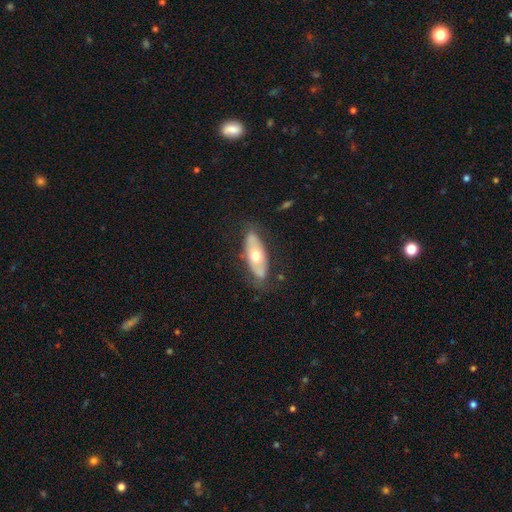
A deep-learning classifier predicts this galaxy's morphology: The model was most divided on "smooth or featured": featured or disk: 51%, smooth: 43%, star or artifact: 6%. More confident: merging — none (79%); edge-on disk — no (73%).